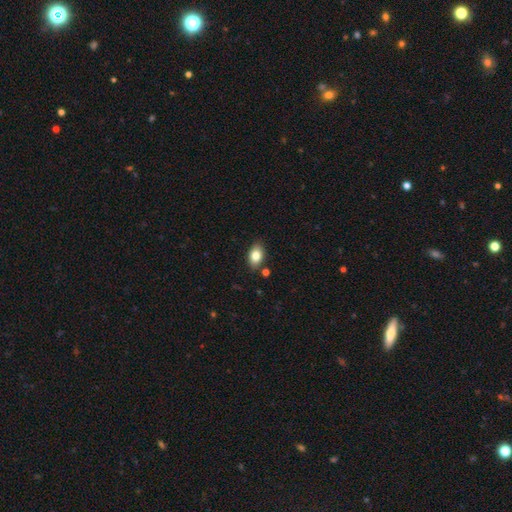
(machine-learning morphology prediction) Smooth or featured?
  - smooth: 81% *
  - featured or disk: 10%
  - star or artifact: 8%
How rounded?
  - in between: 87% *
  - round: 11%
  - cigar-shaped: 2%
Merging?
  - none: 84% *
  - minor disturbance: 10%
  - merger: 3%
  - major disturbance: 2%